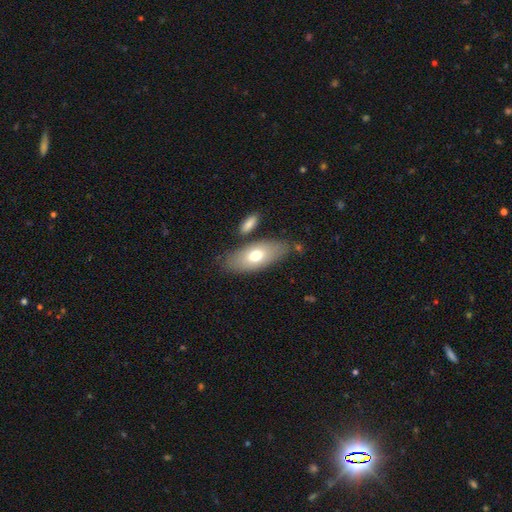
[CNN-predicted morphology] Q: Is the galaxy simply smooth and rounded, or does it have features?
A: smooth — 69%.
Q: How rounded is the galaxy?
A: in between — 85%.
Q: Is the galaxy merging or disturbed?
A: none — 76%.